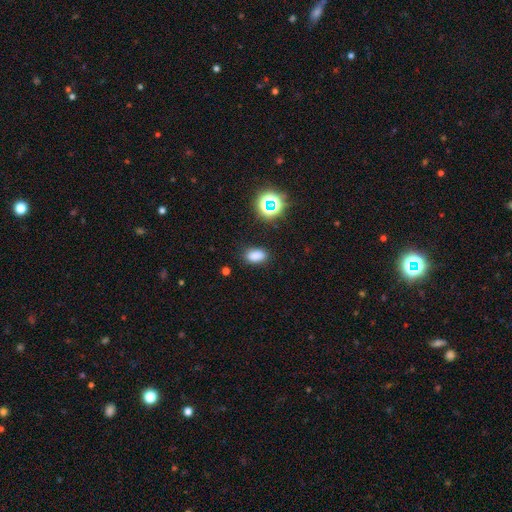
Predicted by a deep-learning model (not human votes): This is likely a smooth galaxy (80%). How rounded: clearly in between (87%). Merging: clearly none (84%).